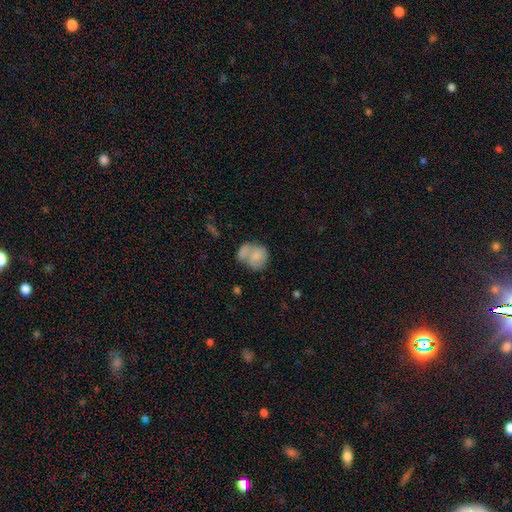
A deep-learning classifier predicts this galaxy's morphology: The model was most divided on "merging": merger: 50%, none: 27%, minor disturbance: 14%, major disturbance: 9%. More confident: how rounded — round (72%); smooth or featured — smooth (63%).